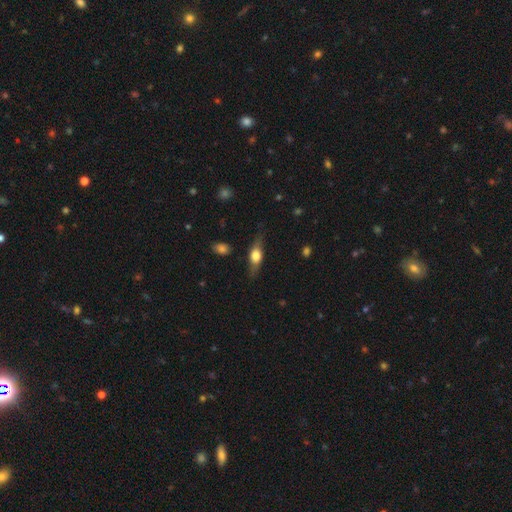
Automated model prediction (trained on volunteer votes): Morphology: type=smooth (51%); roundness=in between (60%); merging=none (72%).